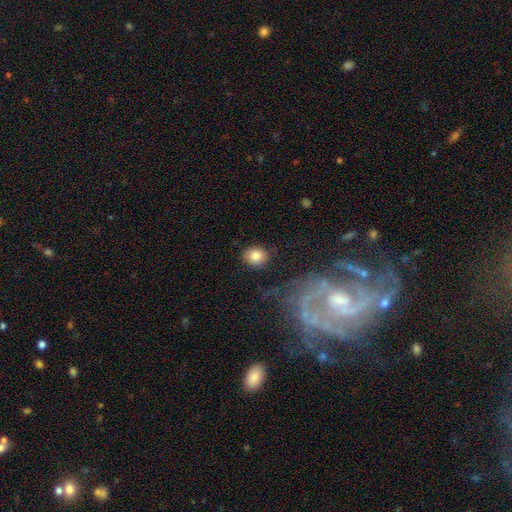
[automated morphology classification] The model was most divided on "how rounded": round: 71%, in between: 28%, cigar-shaped: 1%. More confident: merging — none (85%); smooth or featured — smooth (82%).